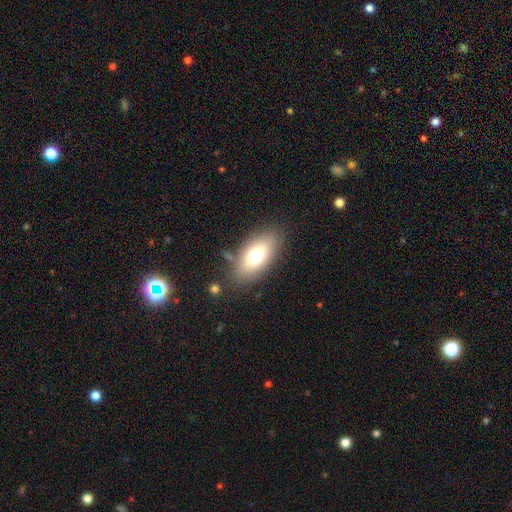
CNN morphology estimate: The model was most divided on "smooth or featured": smooth: 73%, featured or disk: 18%, star or artifact: 9%. More confident: how rounded — in between (89%); merging — none (79%).